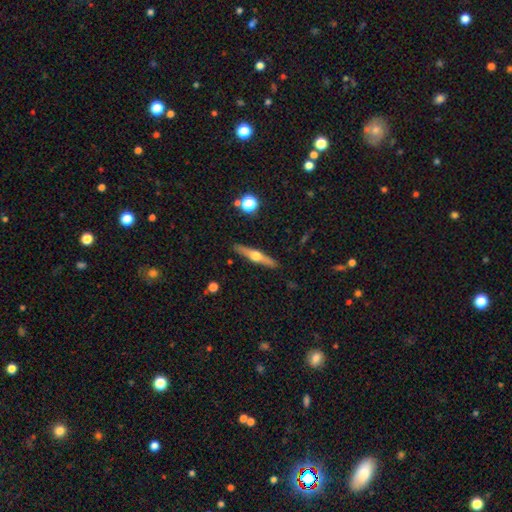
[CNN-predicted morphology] This appears to be a featured or disk galaxy (66%) viewed edge-on (96%) with a rounded central bulge (95%). Merging: none (90%).